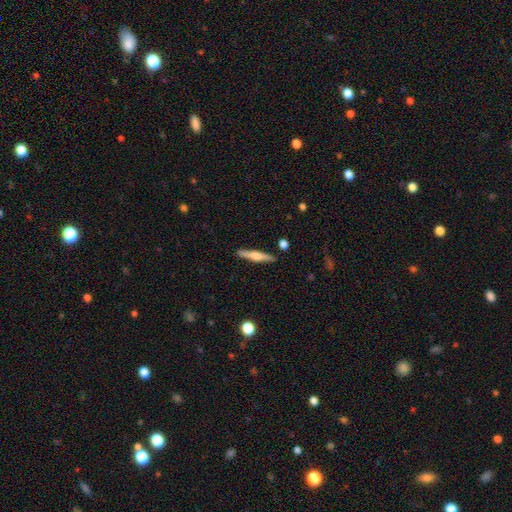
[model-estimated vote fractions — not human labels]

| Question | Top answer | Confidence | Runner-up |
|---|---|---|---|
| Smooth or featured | featured or disk | 51% | smooth (43%) |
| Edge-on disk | yes | 97% | no (3%) |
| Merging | none | 90% | minor disturbance (7%) |